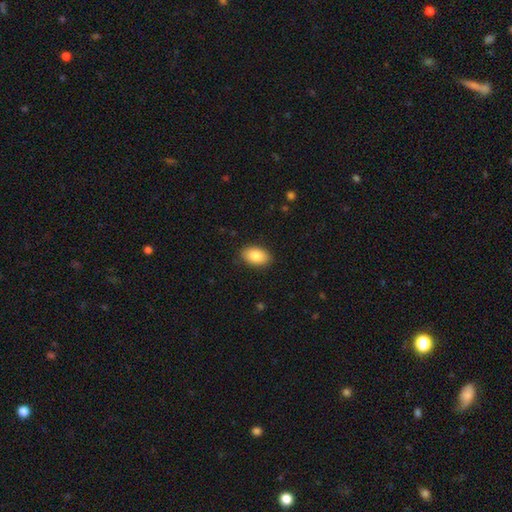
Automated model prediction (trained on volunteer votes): Smooth or featured?
  - smooth: 85% *
  - featured or disk: 8%
  - star or artifact: 7%
How rounded?
  - in between: 91% *
  - round: 8%
  - cigar-shaped: 1%
Merging?
  - none: 88% *
  - minor disturbance: 9%
  - major disturbance: 2%
  - merger: 1%